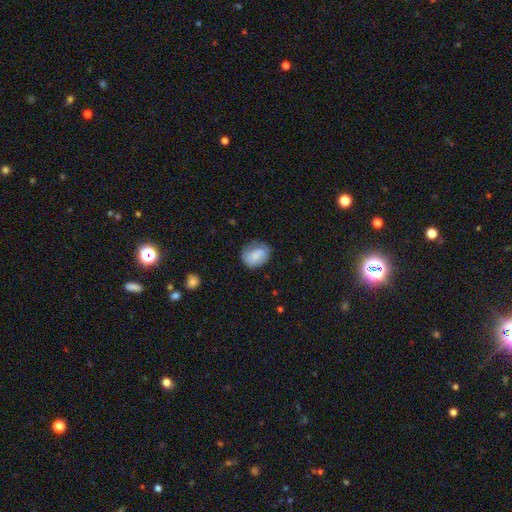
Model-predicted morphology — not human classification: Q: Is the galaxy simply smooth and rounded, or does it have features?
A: smooth — 75%.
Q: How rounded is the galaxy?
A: in between — 54%.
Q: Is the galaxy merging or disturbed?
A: none — 61%.